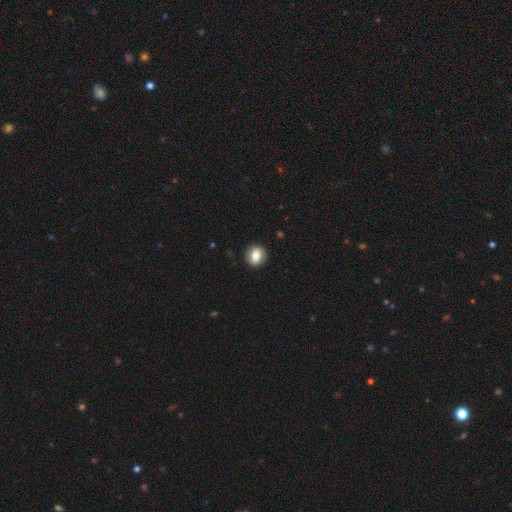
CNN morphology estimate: Smooth or featured? smooth (71%)
How rounded? round (76%)
Merging? none (89%)